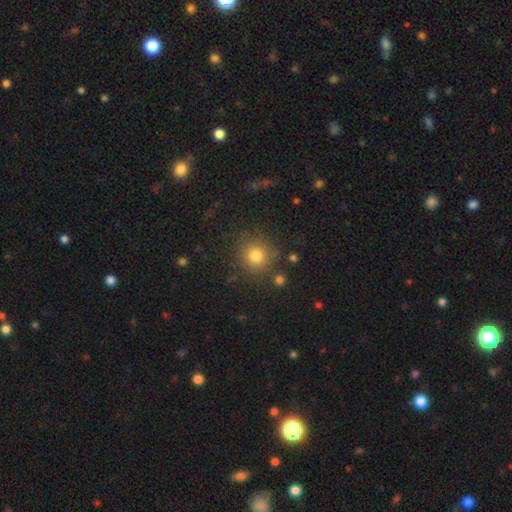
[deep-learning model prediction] A smooth galaxy with no disk features (79%) that is round (92%). Merging: none (83%).